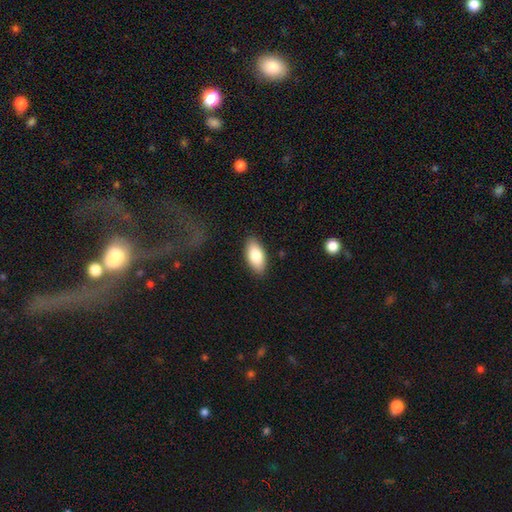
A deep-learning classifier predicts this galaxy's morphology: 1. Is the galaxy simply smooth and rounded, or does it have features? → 81% smooth, 13% featured or disk, 6% star or artifact.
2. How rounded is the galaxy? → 90% in between, 7% cigar-shaped, 3% round.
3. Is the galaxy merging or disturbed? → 88% none, 9% minor disturbance, 2% major disturbance, 1% merger.